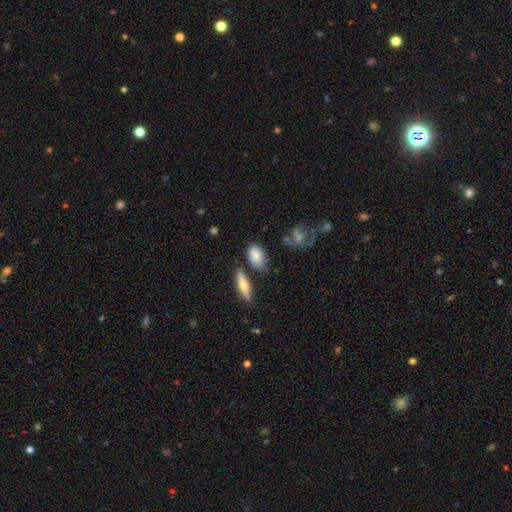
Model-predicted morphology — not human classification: Smooth or featured: smooth — 81% (featured or disk — 12%)
How rounded: in between — 83% (round — 12%)
Merging: none — 68% (minor disturbance — 20%)